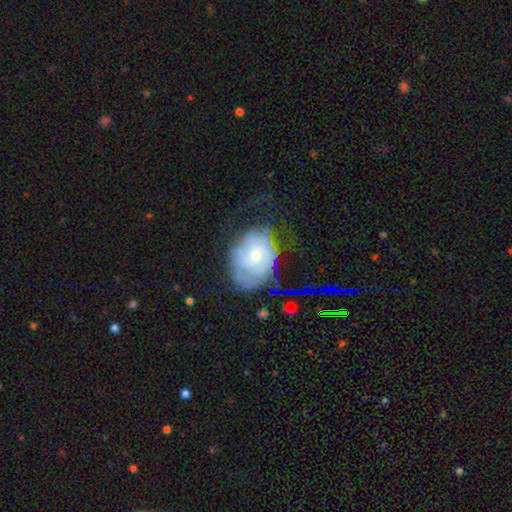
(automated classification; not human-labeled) smooth-or-featured: featured or disk: 61% | smooth: 30% | star or artifact: 9%
  disk-edge-on: no: 96% | yes: 4%
    bar: no: 74% | weak: 23% | strong: 3%
    has-spiral-arms: yes: 72% | no: 28%
    bulge-size: small: 50% | moderate: 44% | large: 3% | none: 2% | dominant: 1%
  merging: none: 47% | minor disturbance: 29% | major disturbance: 22% | merger: 2%